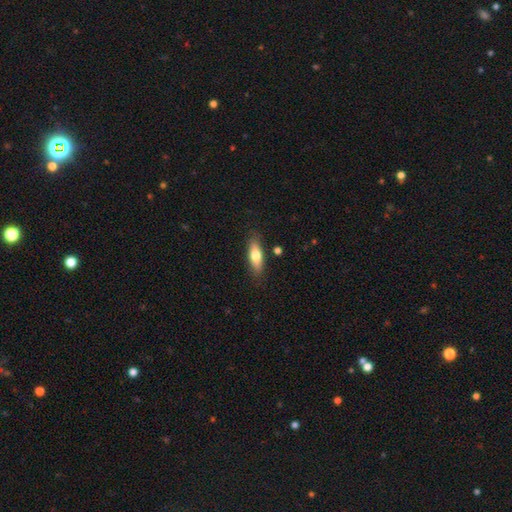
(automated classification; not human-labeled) smooth-or-featured: smooth: 67% | featured or disk: 26% | star or artifact: 6%
  how-rounded: in between: 60% | cigar-shaped: 37% | round: 3%
  merging: none: 83% | minor disturbance: 12% | major disturbance: 3% | merger: 3%